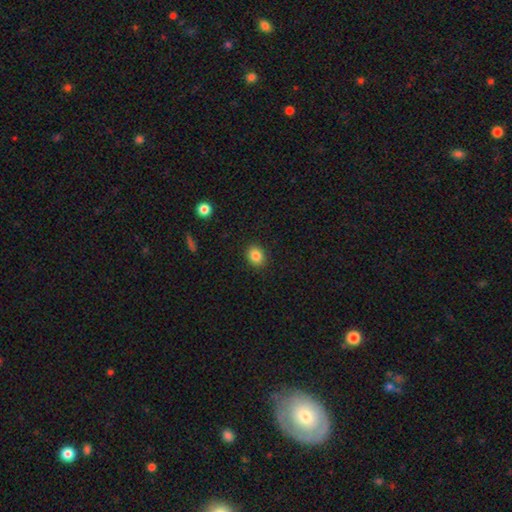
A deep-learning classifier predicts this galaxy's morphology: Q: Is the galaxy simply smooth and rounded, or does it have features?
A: smooth — 85%.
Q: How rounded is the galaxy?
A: round — 52%.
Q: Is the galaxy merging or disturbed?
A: none — 90%.